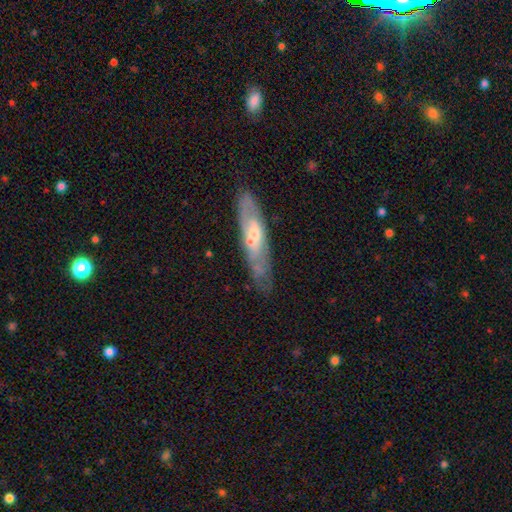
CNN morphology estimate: Smooth or featured? Predicted: featured or disk (p=0.66). Edge-on disk? Predicted: no (p=0.54). Merging? Predicted: none (p=0.75).